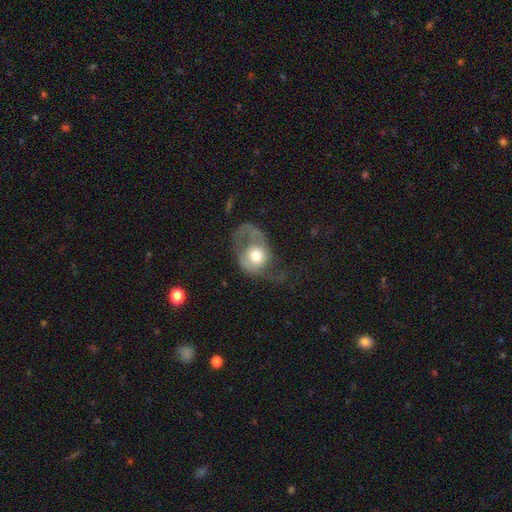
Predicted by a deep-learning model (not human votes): Overall: smooth (51%; featured or disk 42%). How rounded: round (53%; in between 46%). Merging: major disturbance (58%; none 21%).